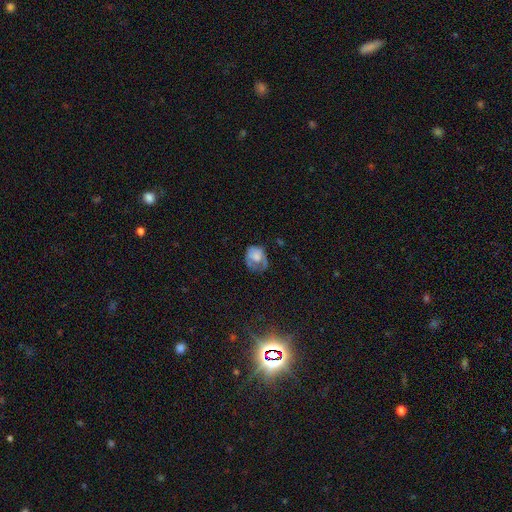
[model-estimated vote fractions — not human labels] Morphology: type=smooth (55%); roundness=round (55%); merging=none (40%).